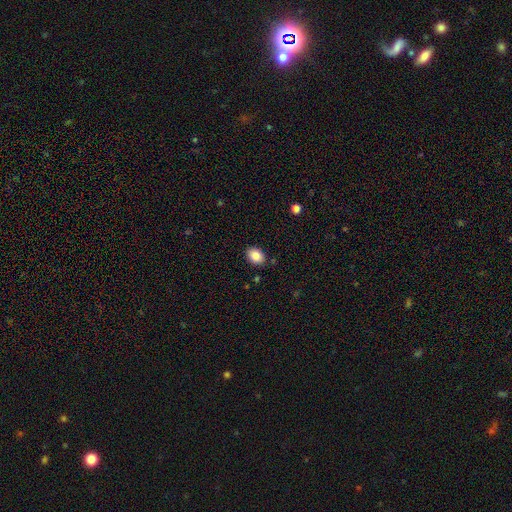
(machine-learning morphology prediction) Smooth or featured: smooth — 85% (star or artifact — 8%)
How rounded: in between — 71% (round — 28%)
Merging: none — 88% (minor disturbance — 9%)